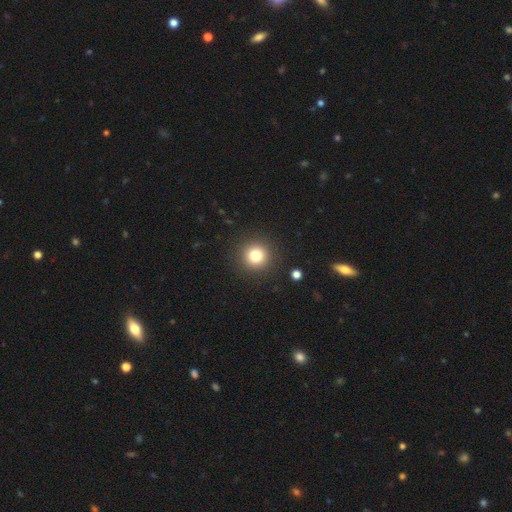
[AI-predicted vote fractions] Morphology: type=smooth (79%); roundness=round (95%); merging=none (91%).